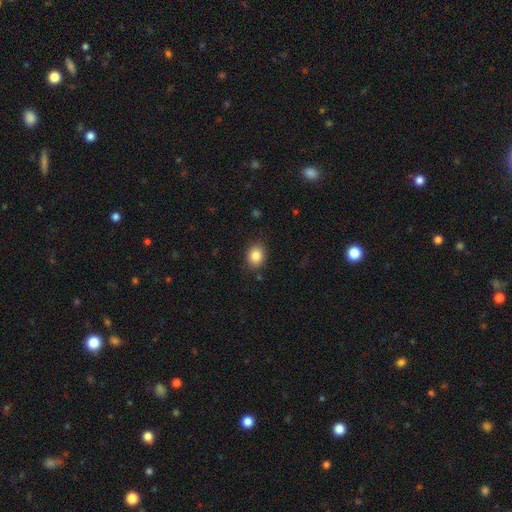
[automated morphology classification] smooth-or-featured: smooth: 85% | star or artifact: 9% | featured or disk: 6%
  how-rounded: in between: 51% | round: 49% | cigar-shaped: 1%
  merging: none: 85% | minor disturbance: 11% | major disturbance: 3% | merger: 1%